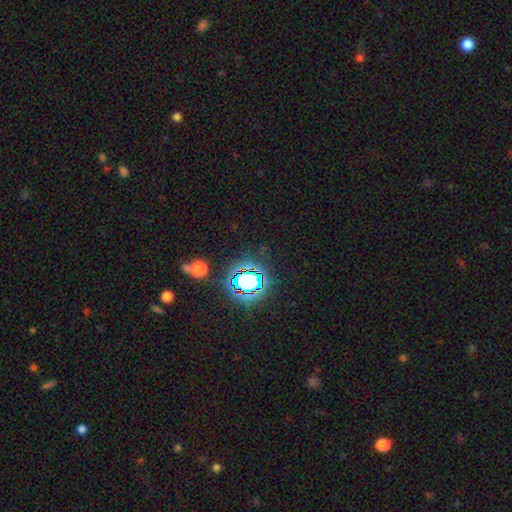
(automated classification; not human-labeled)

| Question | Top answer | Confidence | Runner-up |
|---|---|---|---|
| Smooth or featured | star or artifact | 81% | smooth (12%) |